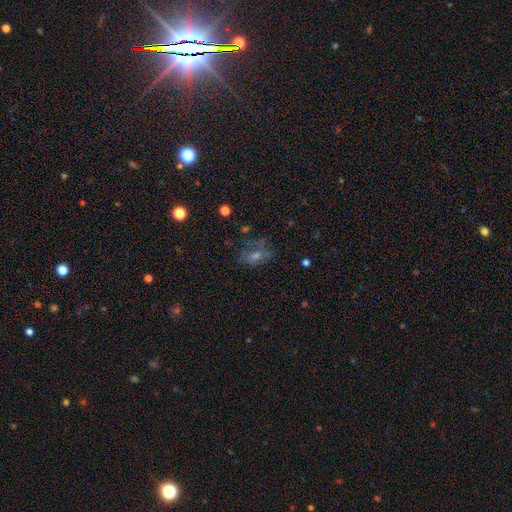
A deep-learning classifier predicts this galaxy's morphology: featured or disk 37% (tied), smooth 37% (tied), star or artifact 26%. Down the decision tree: merging — none (56%).